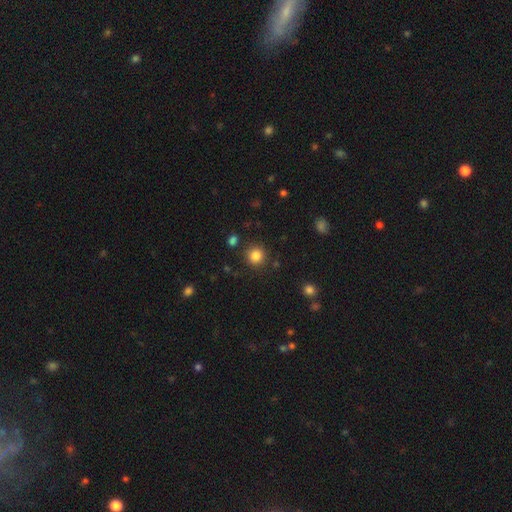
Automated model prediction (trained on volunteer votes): Morphology: type=smooth (84%); roundness=round (92%); merging=none (87%).